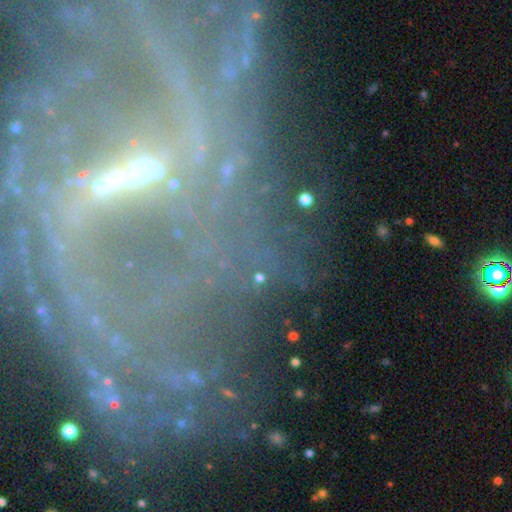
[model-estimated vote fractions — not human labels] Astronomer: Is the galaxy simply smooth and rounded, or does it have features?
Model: featured or disk — 78%.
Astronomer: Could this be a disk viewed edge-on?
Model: no — 90%.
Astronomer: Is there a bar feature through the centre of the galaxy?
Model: strong — 63%.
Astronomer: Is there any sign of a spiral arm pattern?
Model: yes — 80%.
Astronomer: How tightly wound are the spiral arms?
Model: tight — 40% (runner-up: medium, 33%).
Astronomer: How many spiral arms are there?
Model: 2 — 35% (runner-up: can't tell, 29%).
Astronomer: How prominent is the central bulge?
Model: small — 44% (runner-up: moderate, 29%).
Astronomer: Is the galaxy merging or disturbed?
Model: none — 61%.